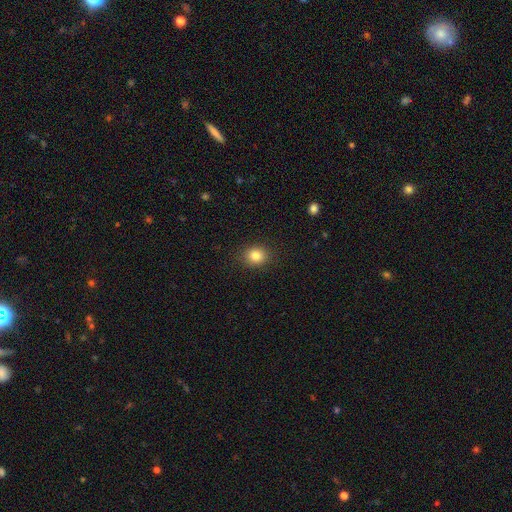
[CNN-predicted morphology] smooth-or-featured: smooth: 83% | star or artifact: 11% | featured or disk: 6%
  how-rounded: round: 72% | in between: 27% | cigar-shaped: 1%
  merging: none: 89% | minor disturbance: 8% | major disturbance: 2% | merger: 1%